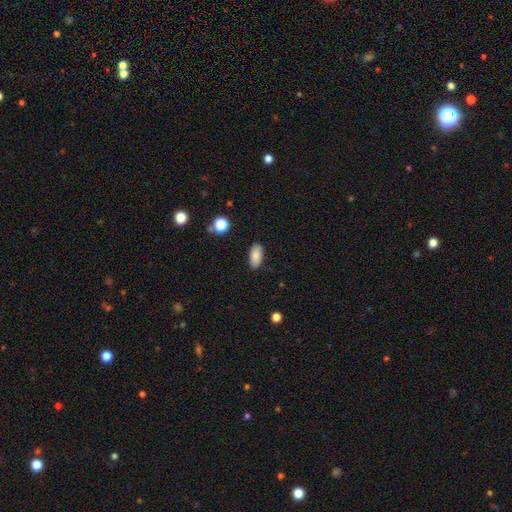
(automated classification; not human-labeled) This is clearly a smooth galaxy (85%). How rounded: clearly in between (91%). Merging: clearly none (87%).